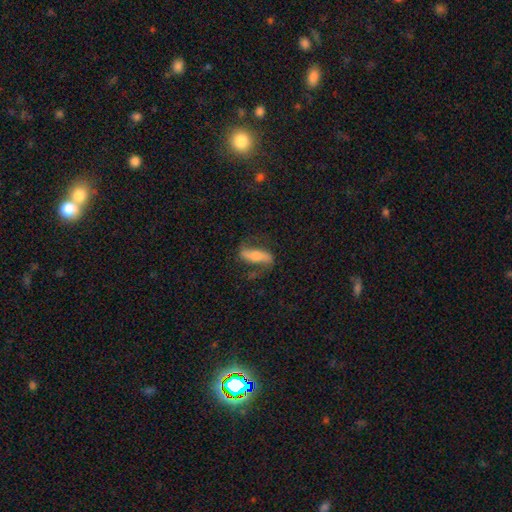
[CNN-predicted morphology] type=featured or disk (58%); edge-on=no (76%); merging=none (68%).